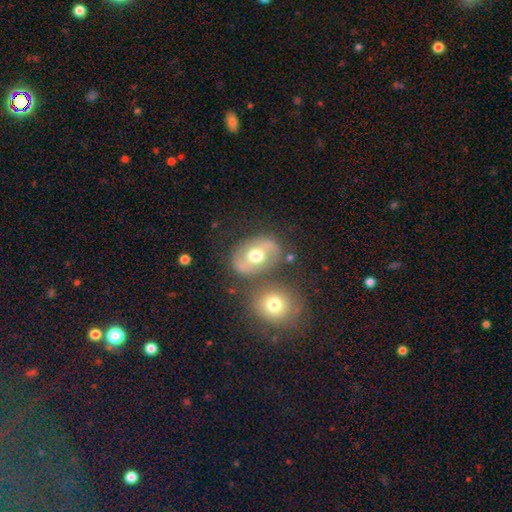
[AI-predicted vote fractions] Smooth or featured: featured or disk — 62% (smooth — 30%)
Edge-on disk: no — 95% (yes — 5%)
Bar: no — 53% (weak — 32%)
Spiral arms: yes — 59% (no — 41%)
Bulge size: moderate — 71% (large — 22%)
Merging: none — 67% (merger — 14%)